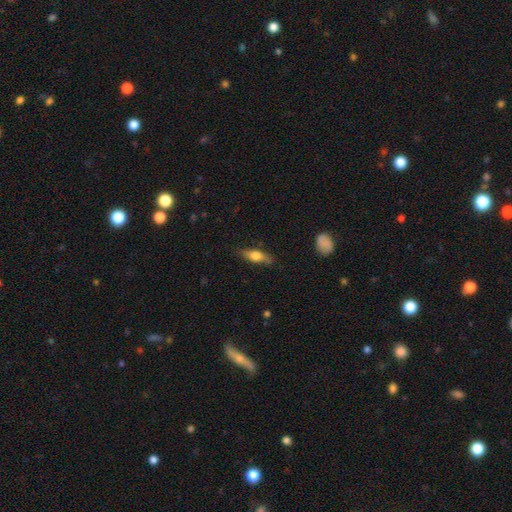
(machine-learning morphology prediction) Smooth or featured? Predicted: smooth (p=0.55). How rounded? Predicted: cigar-shaped (p=0.48, tied with in between). Merging? Predicted: none (p=0.77).